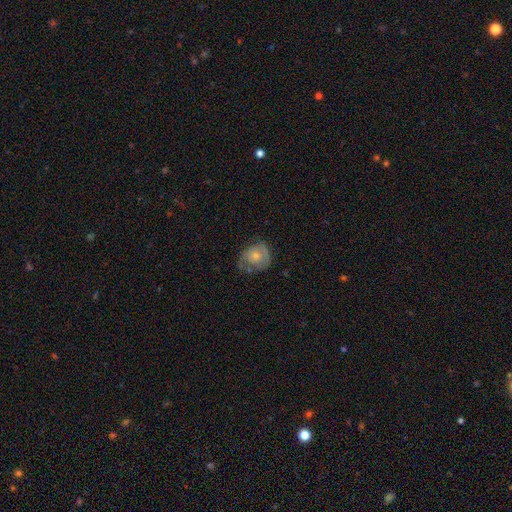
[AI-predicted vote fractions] Smooth or featured?
  - featured or disk: 49% *
  - smooth: 42%
  - star or artifact: 10%
Merging?
  - none: 56% *
  - minor disturbance: 27%
  - major disturbance: 15%
  - merger: 2%